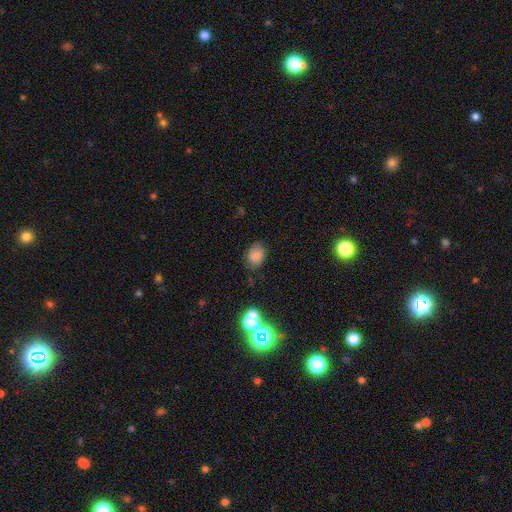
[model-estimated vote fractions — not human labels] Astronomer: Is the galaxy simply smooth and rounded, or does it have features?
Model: smooth — 76%.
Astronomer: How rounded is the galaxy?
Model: in between — 71%.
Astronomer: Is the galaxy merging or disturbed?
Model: none — 69%.